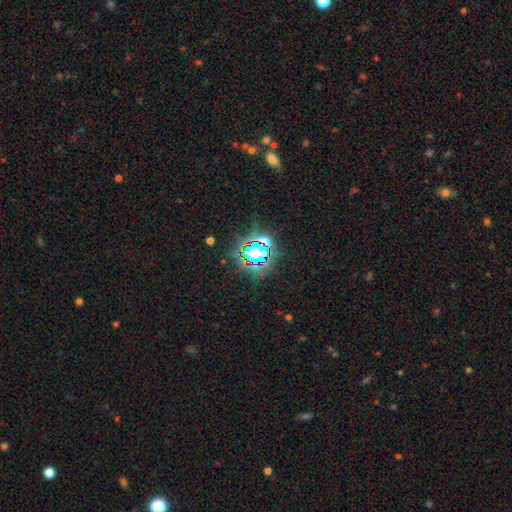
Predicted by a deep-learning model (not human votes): A star or artifact, not a galaxy (68%).

Vote fractions:
- Smooth or featured? star or artifact: 68% / smooth: 20% / featured or disk: 12%